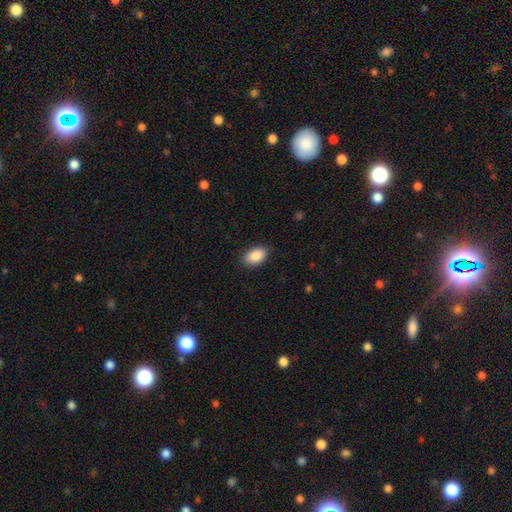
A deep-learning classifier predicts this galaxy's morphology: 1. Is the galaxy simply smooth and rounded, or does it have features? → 90% smooth, 7% star or artifact, 3% featured or disk.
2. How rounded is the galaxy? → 92% in between, 7% round, 1% cigar-shaped.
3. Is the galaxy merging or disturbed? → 87% none, 9% minor disturbance, 2% major disturbance, 1% merger.